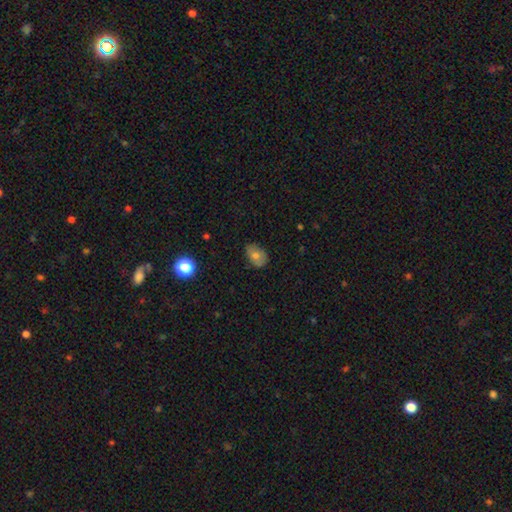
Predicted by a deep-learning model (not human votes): Morphology: type=smooth (66%); roundness=in between (73%); merging=none (71%).